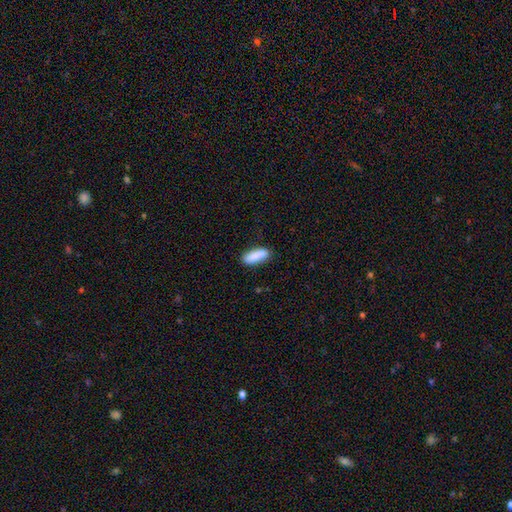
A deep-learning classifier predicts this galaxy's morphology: smooth 88%, star or artifact 6%, featured or disk 6%. Down the decision tree: how rounded — in between (62%); merging — none (83%).